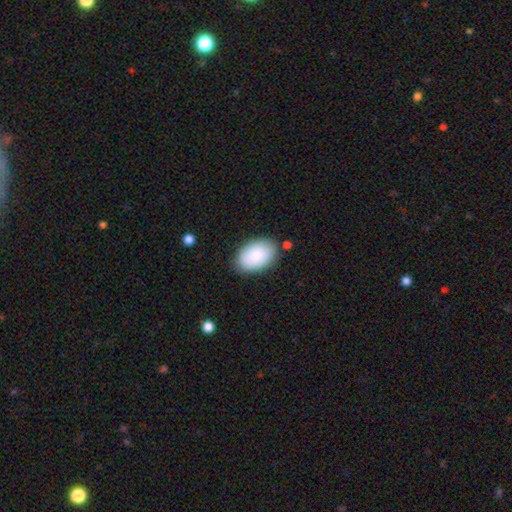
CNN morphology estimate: type=smooth (86%); roundness=in between (92%); merging=none (81%).